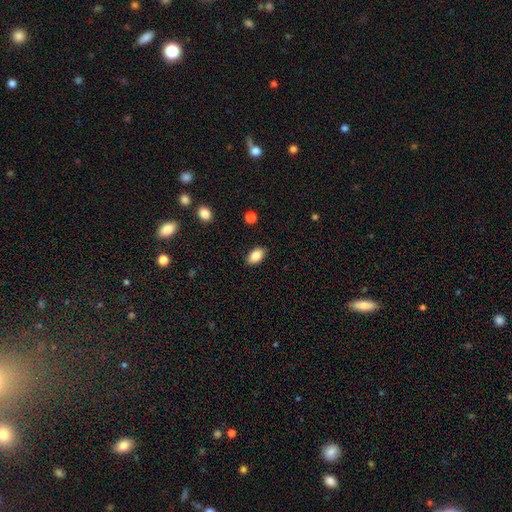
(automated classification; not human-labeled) smooth-or-featured: smooth: 85% | star or artifact: 8% | featured or disk: 7%
  how-rounded: in between: 90% | round: 8% | cigar-shaped: 2%
  merging: none: 88% | minor disturbance: 9% | major disturbance: 2% | merger: 1%